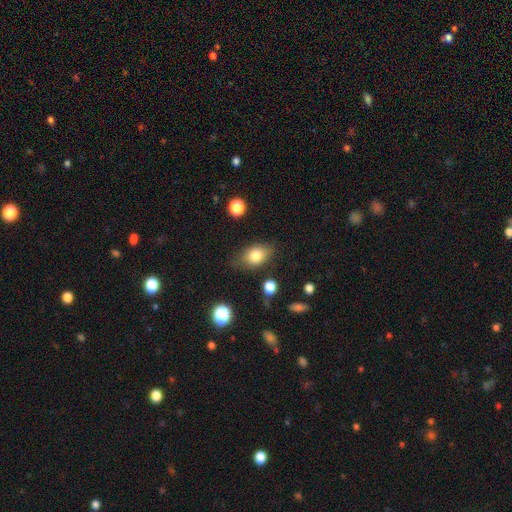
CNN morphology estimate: The model was most divided on "merging": none: 75%, minor disturbance: 18%, major disturbance: 5%, merger: 2%. More confident: how rounded — in between (81%); smooth or featured — smooth (79%).